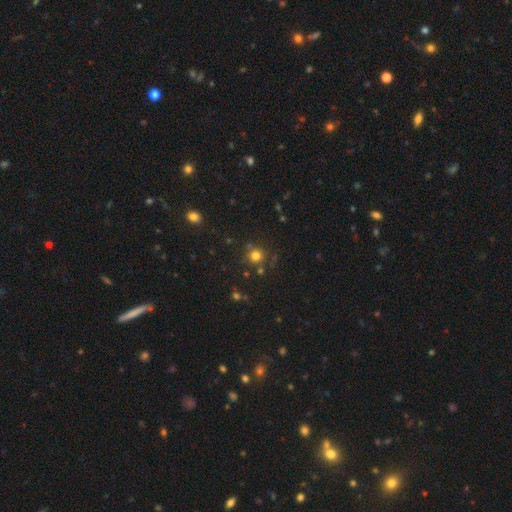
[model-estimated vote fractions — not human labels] This appears to be a smooth galaxy with no disk features (77%) that is round (93%). Merging: none (80%).